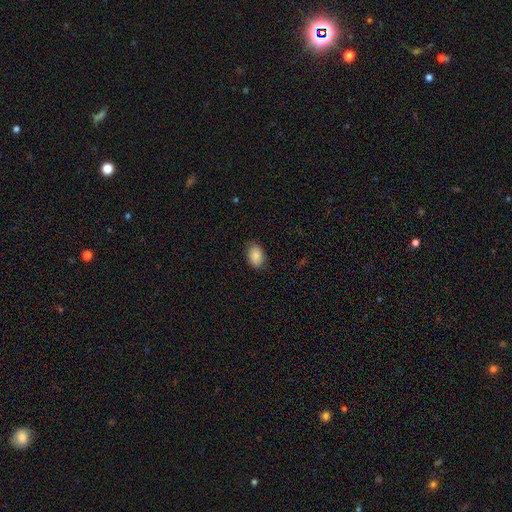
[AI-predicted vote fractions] Smooth or featured: smooth — 87% (star or artifact — 7%)
How rounded: in between — 87% (round — 12%)
Merging: none — 84% (minor disturbance — 13%)